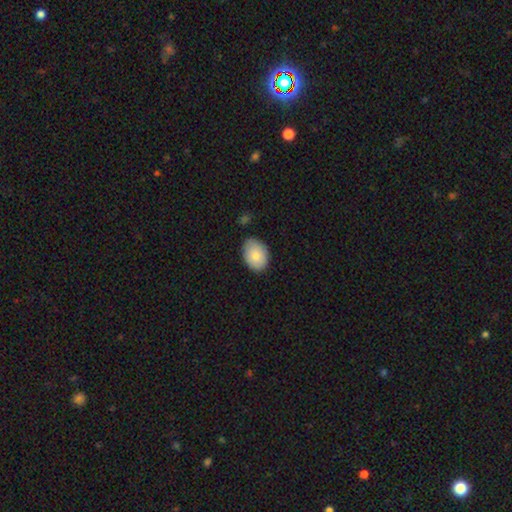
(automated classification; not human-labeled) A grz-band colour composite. It shows a smooth galaxy with no disk features (84%) that is in between round and cigar-shaped (78%). Merging: none (78%).